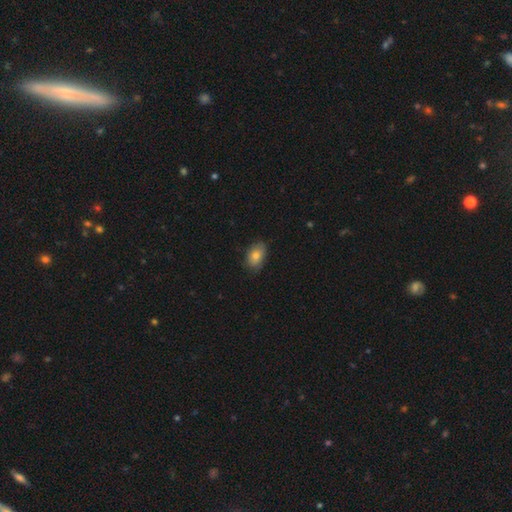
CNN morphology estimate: type=smooth (81%); roundness=in between (86%); merging=none (78%).